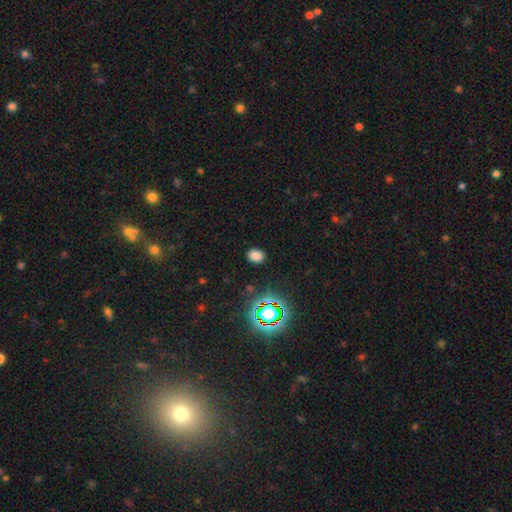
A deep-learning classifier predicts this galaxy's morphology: type=smooth (75%); roundness=in between (68%); merging=none (87%).